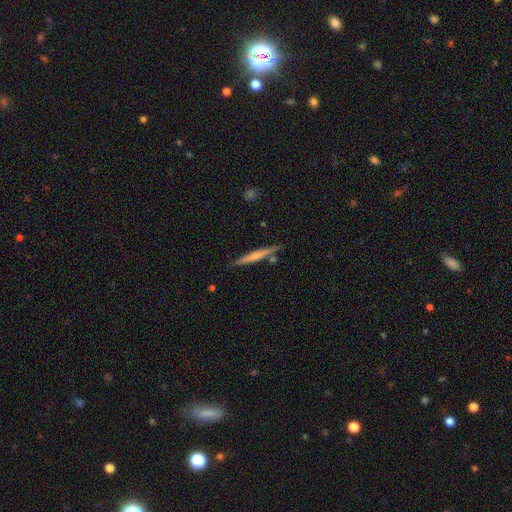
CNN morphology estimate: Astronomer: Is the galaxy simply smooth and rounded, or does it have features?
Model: smooth — 47%, tied with featured or disk at 47%.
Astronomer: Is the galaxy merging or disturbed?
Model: none — 81%.